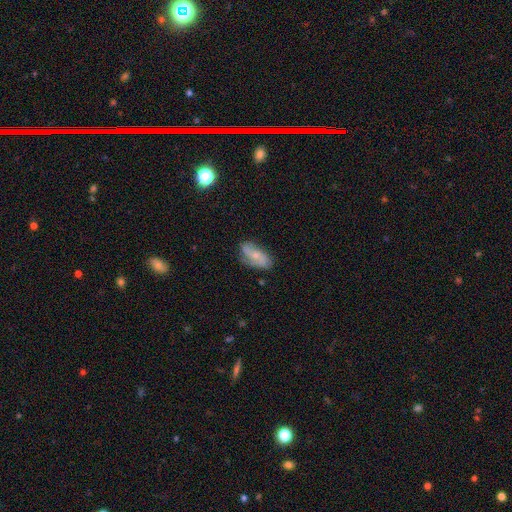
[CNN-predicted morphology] The model was most divided on "smooth or featured": featured or disk: 55%, smooth: 38%, star or artifact: 7%. More confident: edge-on disk — no (92%); spiral arms — yes (86%); merging — none (65%); bar — no (61%); bulge size — small (56%).